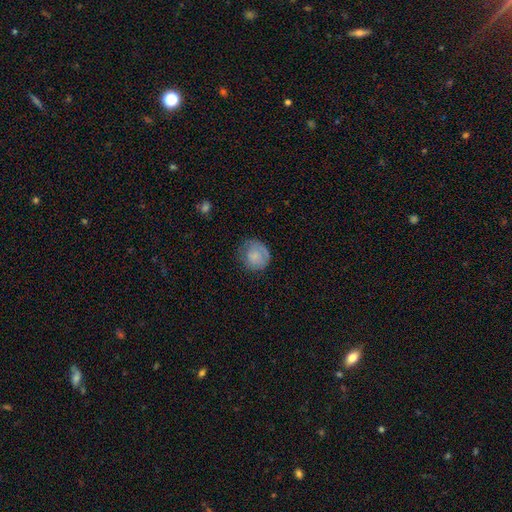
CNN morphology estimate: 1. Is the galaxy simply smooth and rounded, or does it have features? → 76% smooth, 16% featured or disk, 8% star or artifact.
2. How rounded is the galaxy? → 87% round, 12% in between, 1% cigar-shaped.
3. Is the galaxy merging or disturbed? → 64% none, 25% minor disturbance, 10% major disturbance, 1% merger.